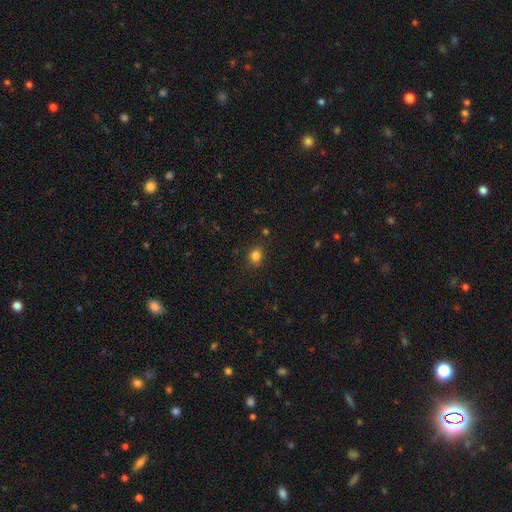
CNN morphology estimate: This appears to be a smooth galaxy with no disk features (82%) that is round (66%). Merging: none (85%).